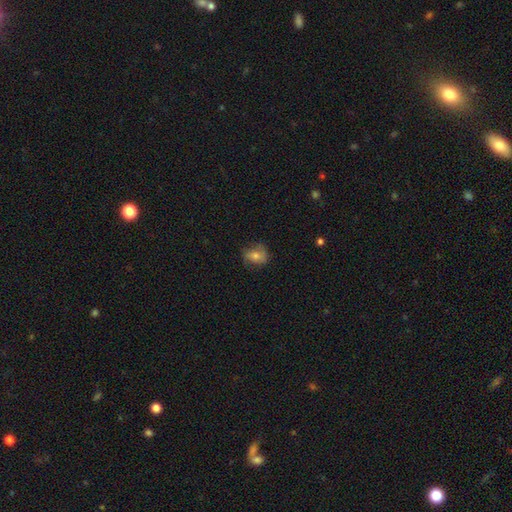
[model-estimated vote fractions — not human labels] Smooth or featured?
  - smooth: 56% *
  - featured or disk: 33%
  - star or artifact: 11%
How rounded?
  - round: 55% *
  - in between: 43%
  - cigar-shaped: 2%
Merging?
  - none: 68% *
  - minor disturbance: 23%
  - major disturbance: 8%
  - merger: 1%